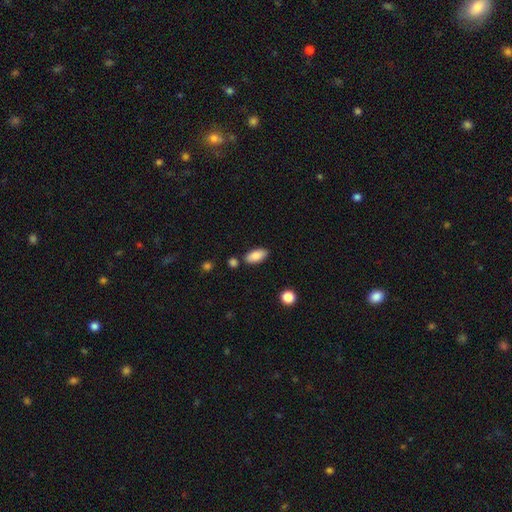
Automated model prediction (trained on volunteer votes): A smooth galaxy with no disk features (85%) that is in between round and cigar-shaped (91%).

Vote fractions:
- Smooth or featured? smooth: 85% / featured or disk: 8% / star or artifact: 7%
- How rounded? in between: 91% / cigar-shaped: 7% / round: 2%
- Merging? none: 81% / minor disturbance: 11% / merger: 5% / major disturbance: 2%